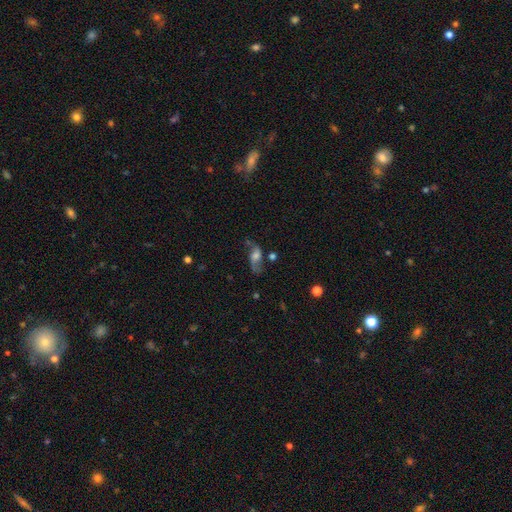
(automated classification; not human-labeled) Overall: featured or disk (63%; smooth 26%). Edge-on disk: no (91%). Bar: no (58%; weak 34%). Spiral arms: yes (87%). Spiral arm count: 2 (88%). Spiral winding: loose (81%). Bulge size: moderate (44%; small 27%). Merging: none (55%; minor disturbance 21%).